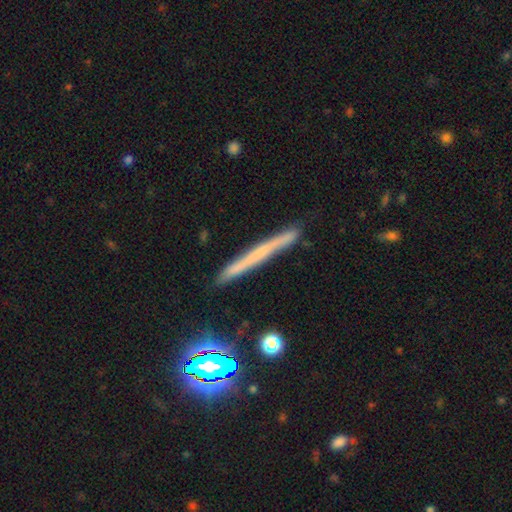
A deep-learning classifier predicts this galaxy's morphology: The model was most divided on "smooth or featured": featured or disk: 44%, smooth: 43%, star or artifact: 12%. More confident: merging — none (87%).